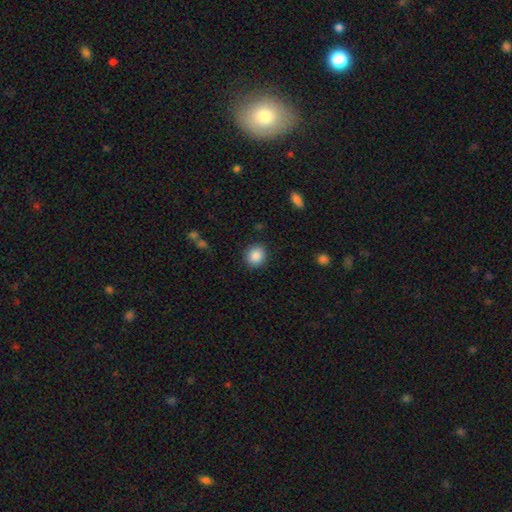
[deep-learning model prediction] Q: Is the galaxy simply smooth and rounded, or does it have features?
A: smooth — 88%.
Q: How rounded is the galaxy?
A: round — 83%.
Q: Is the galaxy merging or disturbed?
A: none — 89%.